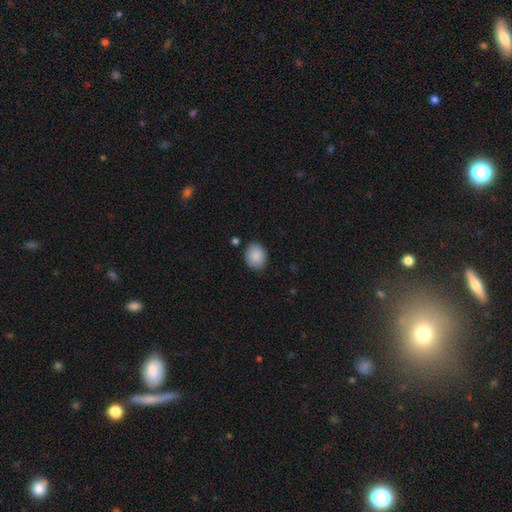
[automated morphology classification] Smooth or featured?
  - smooth: 89% *
  - star or artifact: 7%
  - featured or disk: 4%
How rounded?
  - in between: 57% *
  - round: 42%
  - cigar-shaped: 1%
Merging?
  - none: 83% *
  - minor disturbance: 12%
  - major disturbance: 3%
  - merger: 2%